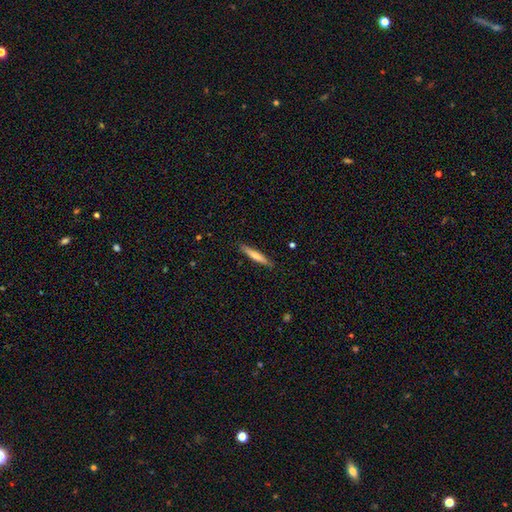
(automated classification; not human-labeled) smooth 63%, featured or disk 32%, star or artifact 6%. Down the decision tree: how rounded — cigar-shaped (93%); merging — none (88%).